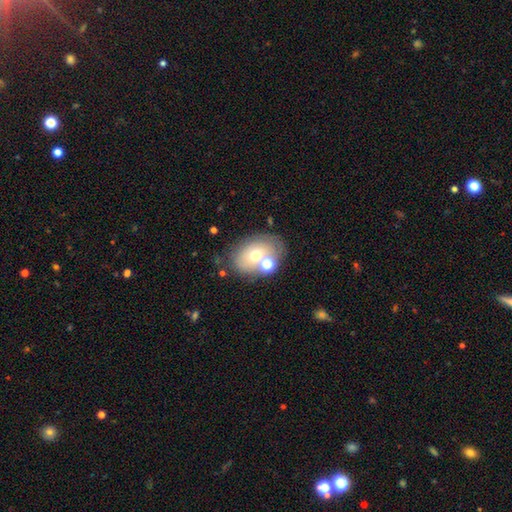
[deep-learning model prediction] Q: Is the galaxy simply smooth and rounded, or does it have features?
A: smooth — 61%.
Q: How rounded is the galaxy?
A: in between — 67%.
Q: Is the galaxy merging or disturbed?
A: none — 56%.